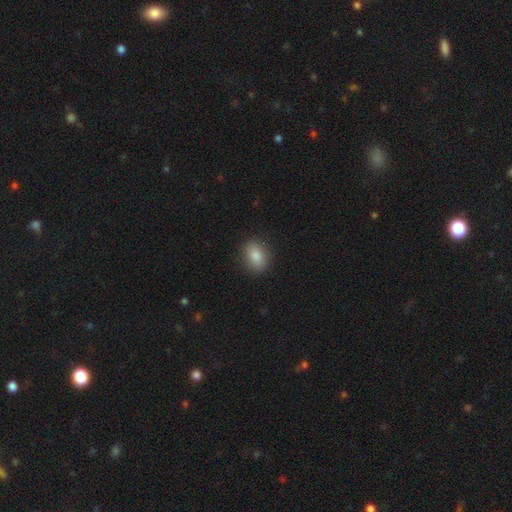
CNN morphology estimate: Smooth or featured?
  - smooth: 85% *
  - star or artifact: 8%
  - featured or disk: 7%
How rounded?
  - in between: 73% *
  - round: 25%
  - cigar-shaped: 2%
Merging?
  - none: 88% *
  - minor disturbance: 9%
  - major disturbance: 2%
  - merger: 1%